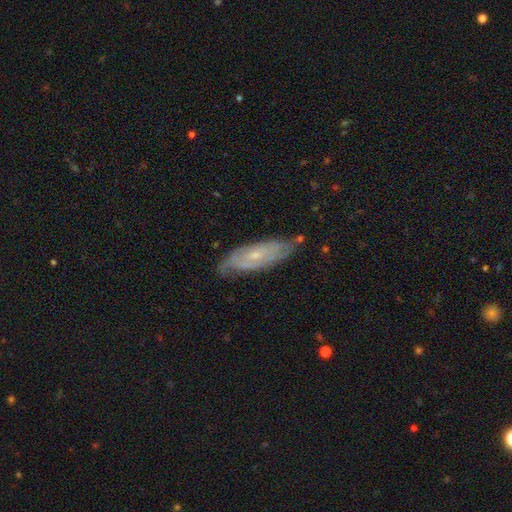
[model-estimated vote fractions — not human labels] A featured or disk galaxy (69%) with no bar (67%), spiral arms (82%) and a small central bulge (73%). Merging: none (71%).